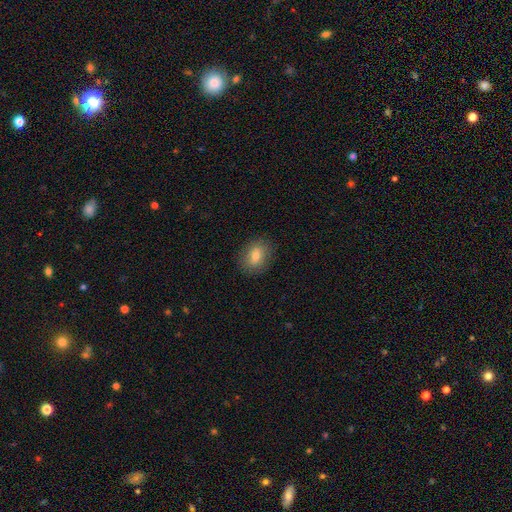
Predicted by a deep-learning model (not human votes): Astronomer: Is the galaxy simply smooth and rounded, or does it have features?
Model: smooth — 74%.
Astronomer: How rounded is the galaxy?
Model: in between — 59% (runner-up: round, 40%).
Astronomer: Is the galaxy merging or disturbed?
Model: none — 86%.